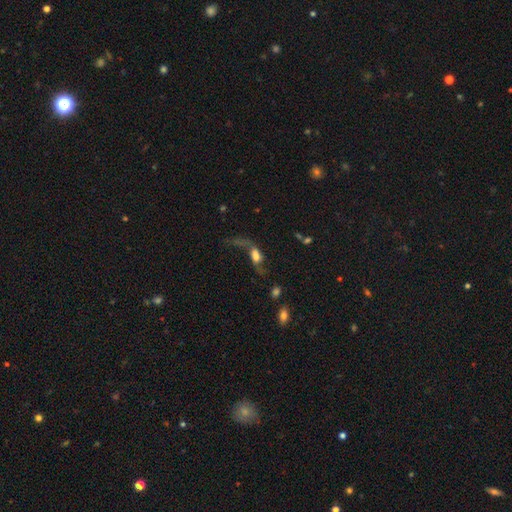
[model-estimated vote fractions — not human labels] Q: Smooth or featured?
A: featured or disk (50%); runner-up: smooth (37%)
Q: Edge-on disk?
A: no (86%); runner-up: yes (14%)
Q: Merging?
A: major disturbance (45%); runner-up: none (26%)